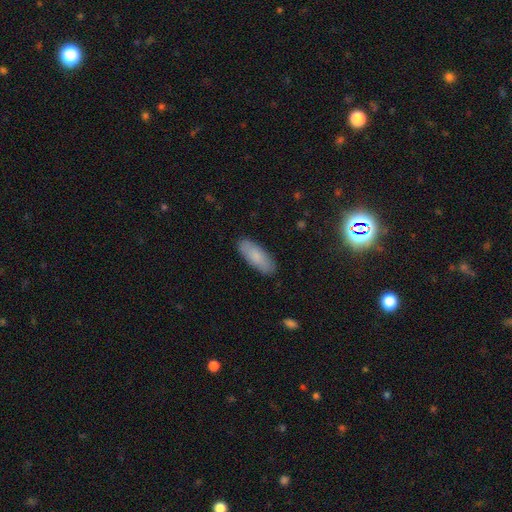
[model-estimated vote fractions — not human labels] This appears to be a smooth galaxy with no disk features (81%) that is in between round and cigar-shaped (69%). Merging: none (87%).